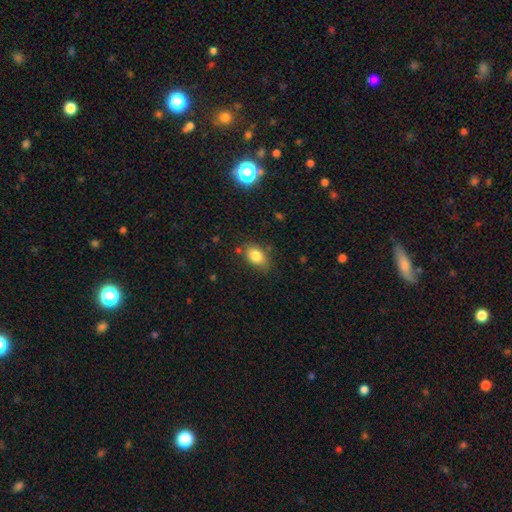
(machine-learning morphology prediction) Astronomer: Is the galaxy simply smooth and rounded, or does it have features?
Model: smooth — 82%.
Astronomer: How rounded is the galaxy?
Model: in between — 84%.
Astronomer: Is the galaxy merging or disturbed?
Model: none — 76%.